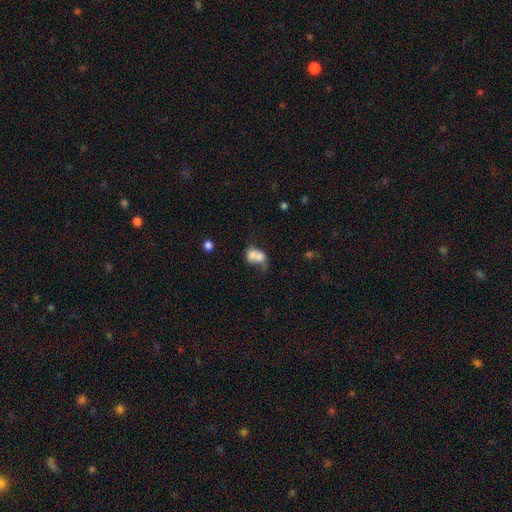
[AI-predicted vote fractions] smooth-or-featured: smooth: 70% | featured or disk: 20% | star or artifact: 10%
  how-rounded: in between: 58% | round: 41% | cigar-shaped: 1%
  merging: merger: 66% | none: 17% | minor disturbance: 9% | major disturbance: 8%